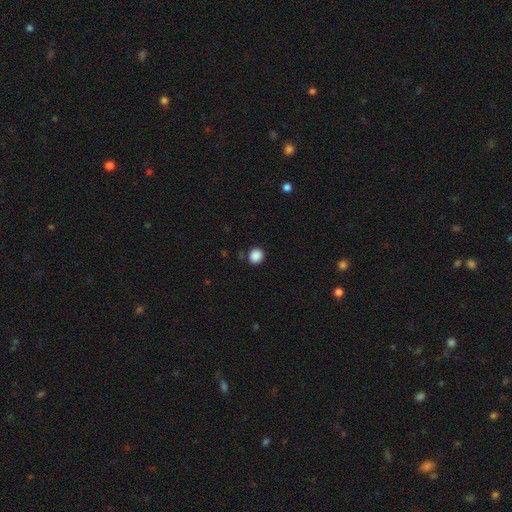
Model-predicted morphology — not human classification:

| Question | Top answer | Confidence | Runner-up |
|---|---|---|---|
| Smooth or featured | smooth | 88% | star or artifact (10%) |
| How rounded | round | 88% | in between (11%) |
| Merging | none | 88% | minor disturbance (8%) |